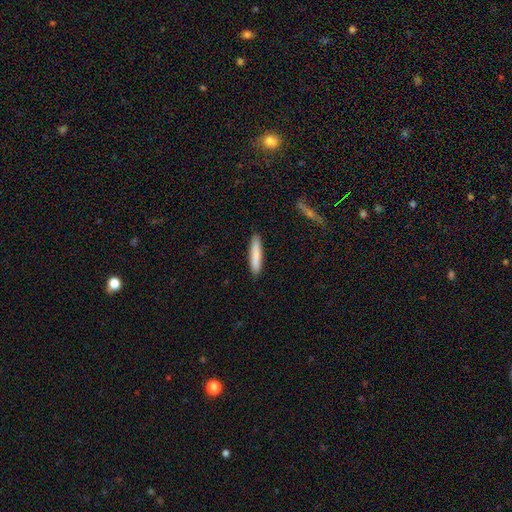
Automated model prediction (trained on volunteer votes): Smooth or featured? smooth (83%)
How rounded? cigar-shaped (90%)
Merging? none (91%)